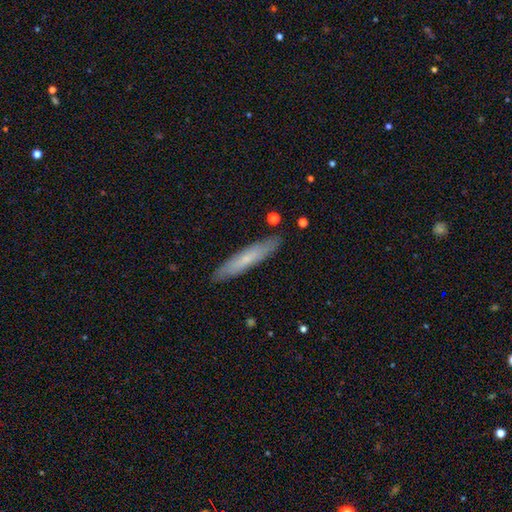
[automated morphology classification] A smooth galaxy with no disk features (55%) that is cigar-shaped (92%). Merging: none (88%).